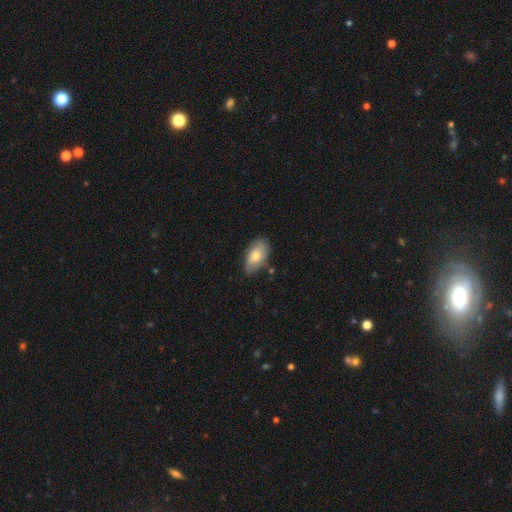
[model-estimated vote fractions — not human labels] smooth-or-featured: smooth: 75% | featured or disk: 19% | star or artifact: 6%
  how-rounded: in between: 93% | round: 4% | cigar-shaped: 3%
  merging: none: 75% | minor disturbance: 19% | major disturbance: 3% | merger: 3%